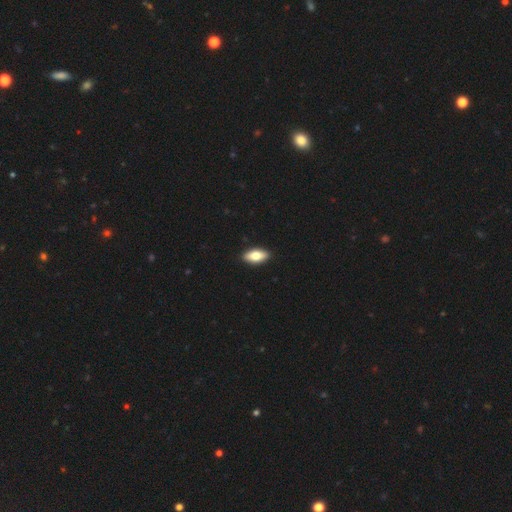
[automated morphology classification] The model was most divided on "smooth or featured": smooth: 75%, featured or disk: 19%, star or artifact: 6%. More confident: merging — none (91%); how rounded — in between (87%).